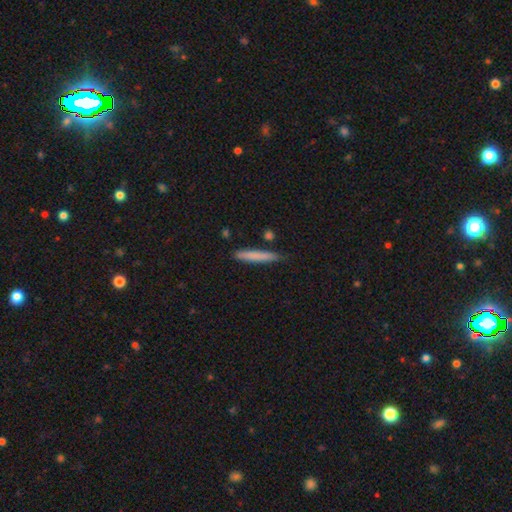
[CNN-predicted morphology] Smooth or featured? smooth (76%)
How rounded? cigar-shaped (94%)
Merging? none (80%)